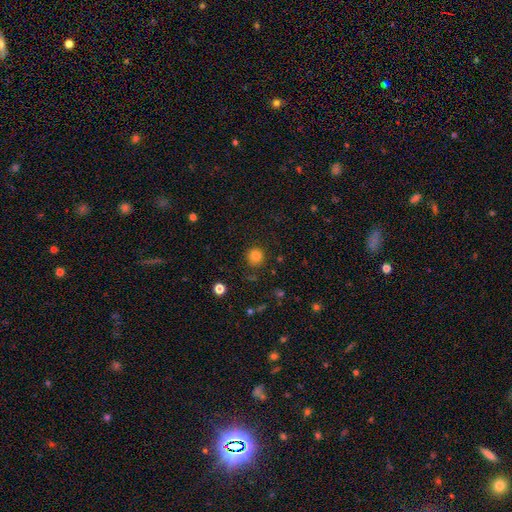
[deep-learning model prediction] Smooth or featured: smooth — 82% (star or artifact — 13%)
How rounded: round — 93% (in between — 6%)
Merging: none — 87% (minor disturbance — 9%)